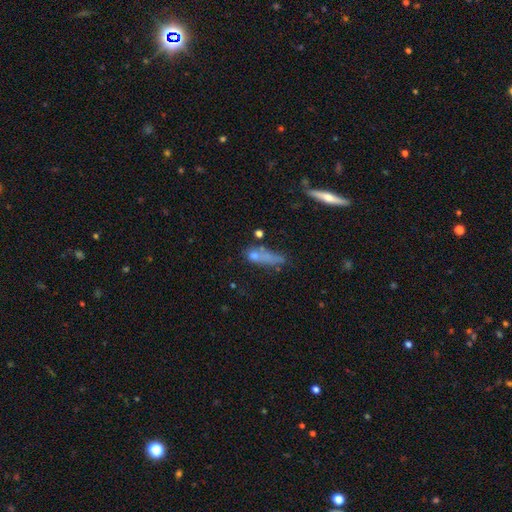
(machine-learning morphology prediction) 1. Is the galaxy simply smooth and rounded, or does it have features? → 58% smooth, 25% featured or disk, 16% star or artifact.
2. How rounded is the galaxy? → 57% cigar-shaped, 33% in between, 9% round.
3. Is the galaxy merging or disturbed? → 40% none, 23% minor disturbance, 22% major disturbance, 16% merger.